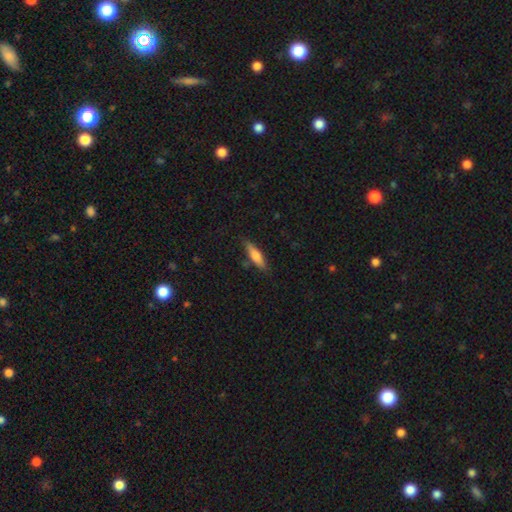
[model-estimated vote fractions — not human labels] Smooth or featured?
  - smooth: 71% *
  - featured or disk: 23%
  - star or artifact: 6%
How rounded?
  - cigar-shaped: 68% *
  - in between: 30%
  - round: 2%
Merging?
  - none: 81% *
  - minor disturbance: 14%
  - major disturbance: 3%
  - merger: 2%